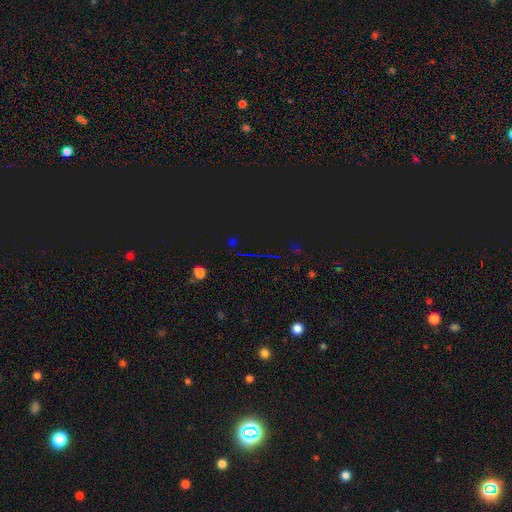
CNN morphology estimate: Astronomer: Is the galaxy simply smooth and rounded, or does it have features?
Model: star or artifact — 76%.